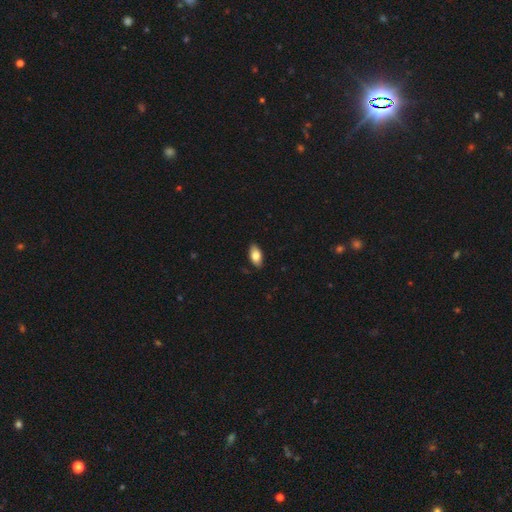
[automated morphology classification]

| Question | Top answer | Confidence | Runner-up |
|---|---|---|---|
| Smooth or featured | smooth | 82% | featured or disk (11%) |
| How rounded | in between | 92% | round (4%) |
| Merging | none | 87% | minor disturbance (10%) |